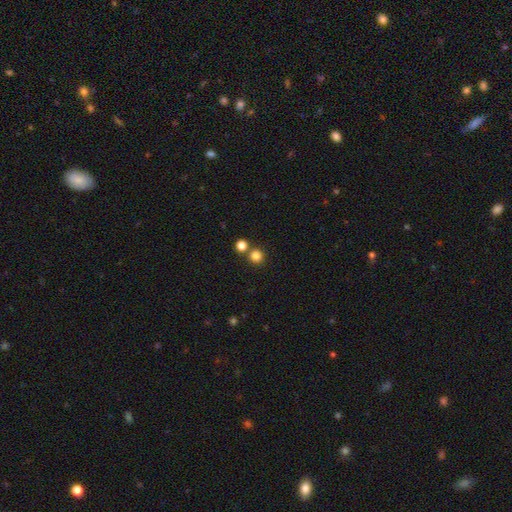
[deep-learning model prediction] smooth 82%, star or artifact 14%, featured or disk 5%. Down the decision tree: how rounded — round (94%); merging — none (77%).